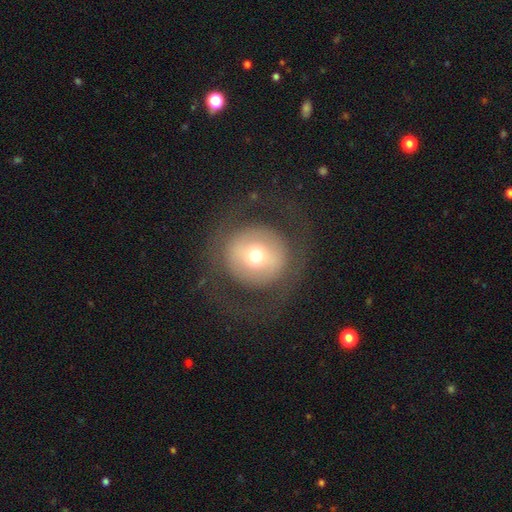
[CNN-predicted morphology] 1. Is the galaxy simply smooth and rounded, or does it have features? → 51% smooth, 39% featured or disk, 10% star or artifact.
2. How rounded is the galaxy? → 92% round, 7% in between, 1% cigar-shaped.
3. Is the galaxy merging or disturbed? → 73% none, 15% major disturbance, 10% minor disturbance, 1% merger.